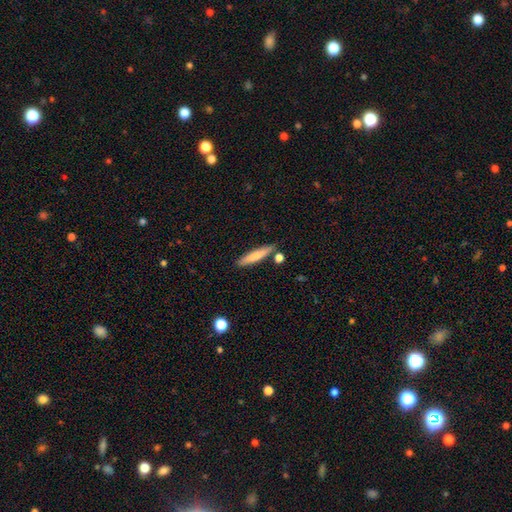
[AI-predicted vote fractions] Morphology: type=smooth (71%); roundness=cigar-shaped (88%); merging=none (79%).